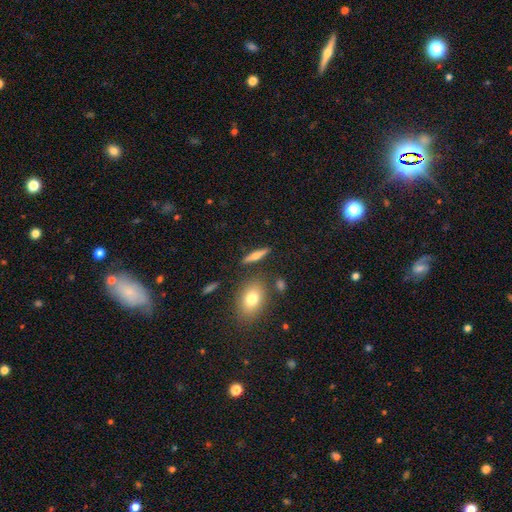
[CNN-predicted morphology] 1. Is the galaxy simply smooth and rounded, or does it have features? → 48% featured or disk, 43% smooth, 9% star or artifact.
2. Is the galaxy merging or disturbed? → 84% none, 9% minor disturbance, 4% merger, 3% major disturbance.